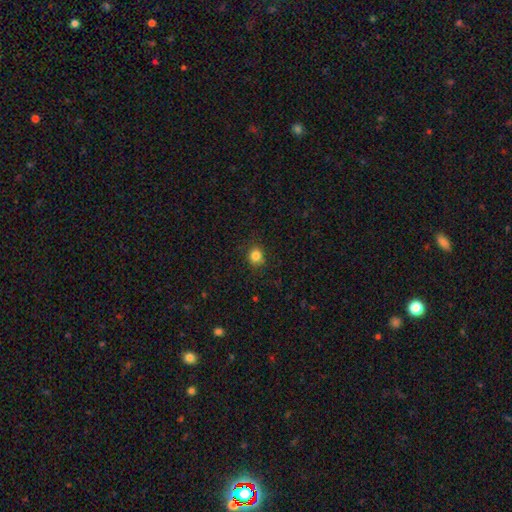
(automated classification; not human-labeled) Morphology: type=smooth (84%); roundness=round (80%); merging=none (87%).